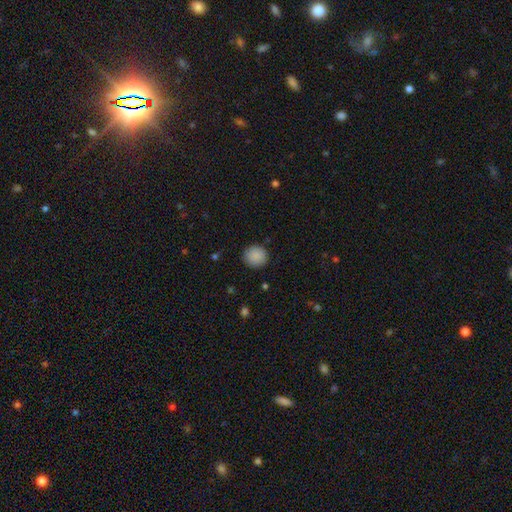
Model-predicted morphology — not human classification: type=smooth (89%); roundness=round (90%); merging=none (88%).